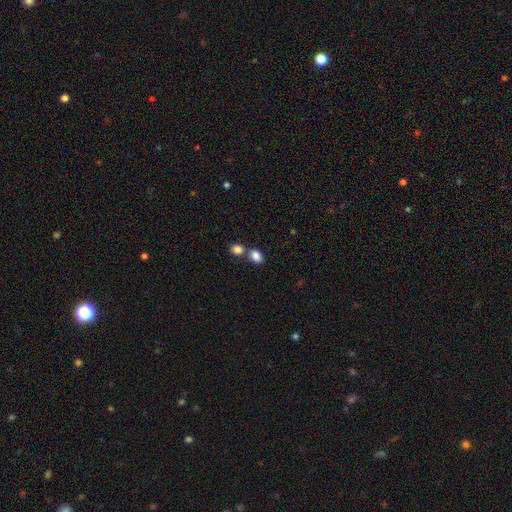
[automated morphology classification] This is clearly a smooth galaxy (85%). How rounded: likely in between (68%). Merging: possibly none (50%).